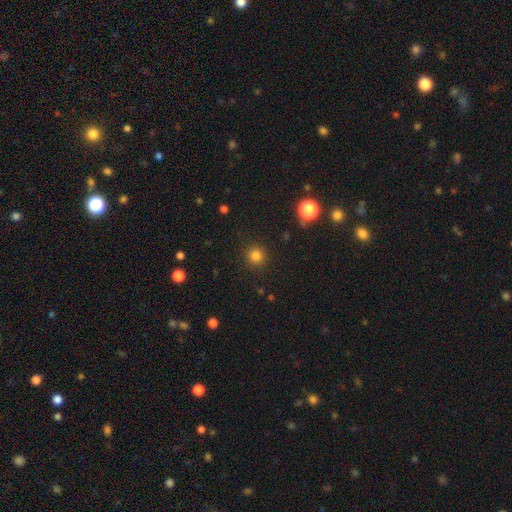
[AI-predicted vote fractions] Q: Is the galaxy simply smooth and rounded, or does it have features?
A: smooth — 82%.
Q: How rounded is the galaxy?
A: round — 94%.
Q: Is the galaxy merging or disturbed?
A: none — 90%.